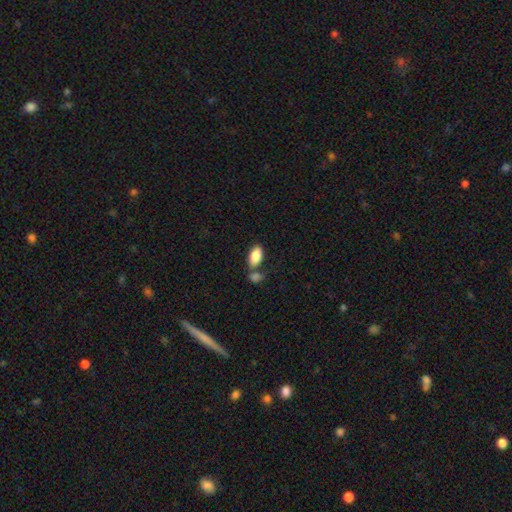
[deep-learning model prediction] Smooth or featured?
  - smooth: 86% *
  - featured or disk: 7%
  - star or artifact: 7%
How rounded?
  - in between: 93% *
  - round: 3%
  - cigar-shaped: 3%
Merging?
  - none: 57% *
  - merger: 28%
  - minor disturbance: 12%
  - major disturbance: 4%